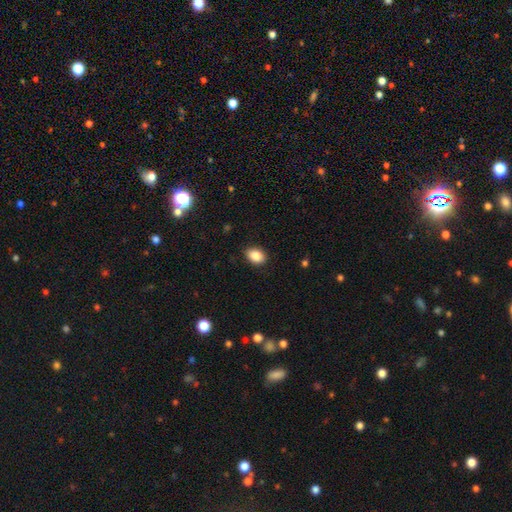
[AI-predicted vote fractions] Smooth or featured? Predicted: smooth (p=0.87). How rounded? Predicted: in between (p=0.79). Merging? Predicted: none (p=0.87).